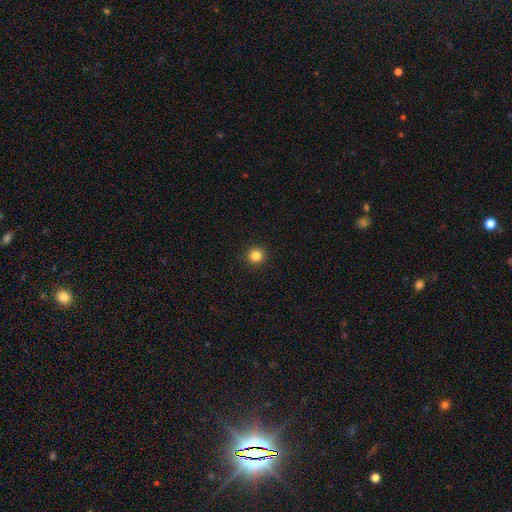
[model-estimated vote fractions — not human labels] Smooth or featured: smooth — 84% (star or artifact — 12%)
How rounded: round — 95% (in between — 5%)
Merging: none — 93% (minor disturbance — 5%)